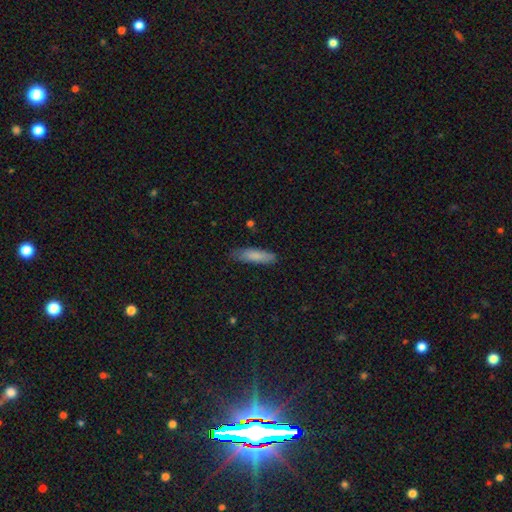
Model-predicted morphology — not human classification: This is clearly a smooth galaxy (83%). How rounded: likely cigar-shaped (67%). Merging: likely none (79%).